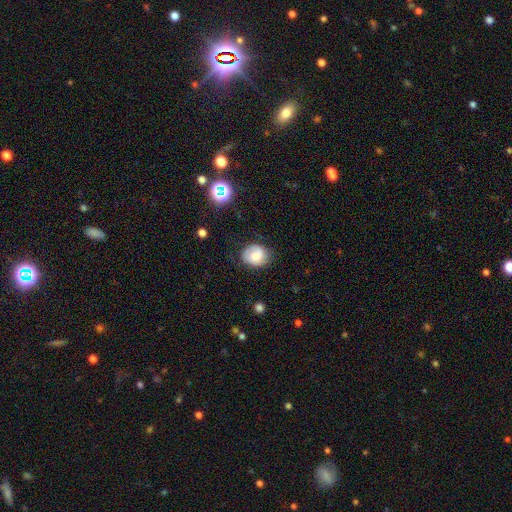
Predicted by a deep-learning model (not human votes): This appears to be a smooth galaxy with no disk features (70%) that is round (59%). Merging: none (67%).